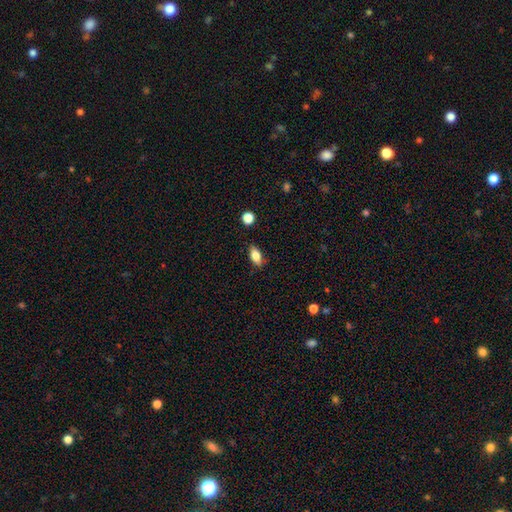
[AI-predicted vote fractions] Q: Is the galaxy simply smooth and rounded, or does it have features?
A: smooth — 79%.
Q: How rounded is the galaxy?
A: in between — 84%.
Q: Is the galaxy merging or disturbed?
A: none — 83%.